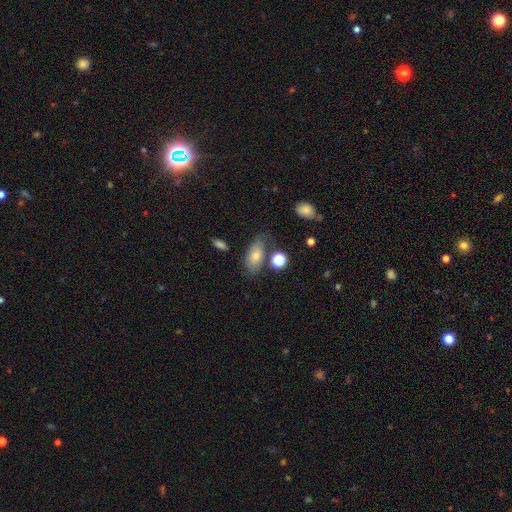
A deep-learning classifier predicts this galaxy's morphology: Smooth or featured? Predicted: smooth (p=0.75). How rounded? Predicted: in between (p=0.88). Merging? Predicted: none (p=0.60).